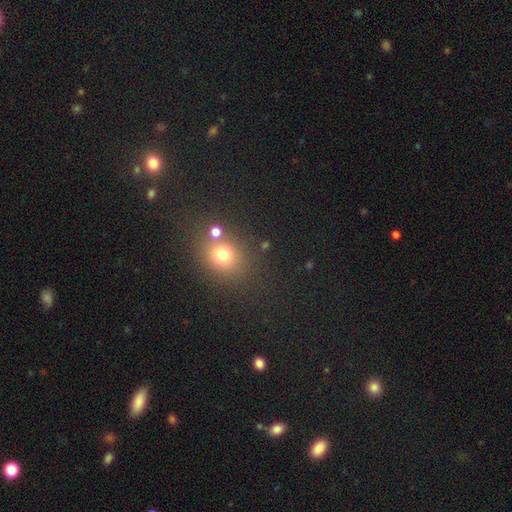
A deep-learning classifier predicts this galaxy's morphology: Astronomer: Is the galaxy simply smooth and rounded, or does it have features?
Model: smooth — 51% (runner-up: star or artifact, 41%).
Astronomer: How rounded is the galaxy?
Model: round — 71%.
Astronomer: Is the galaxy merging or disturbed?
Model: none — 73%.